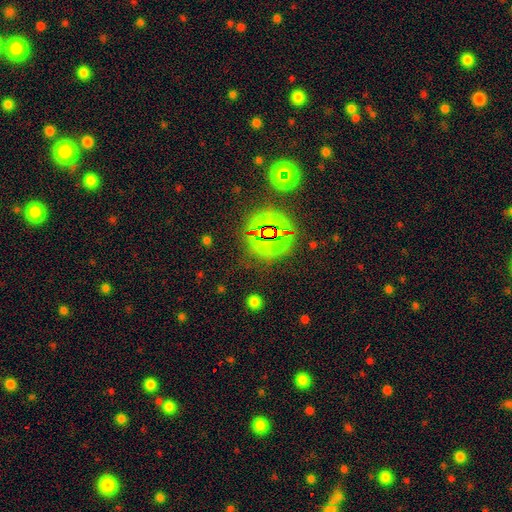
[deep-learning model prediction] A star or artifact, not a galaxy (78%).